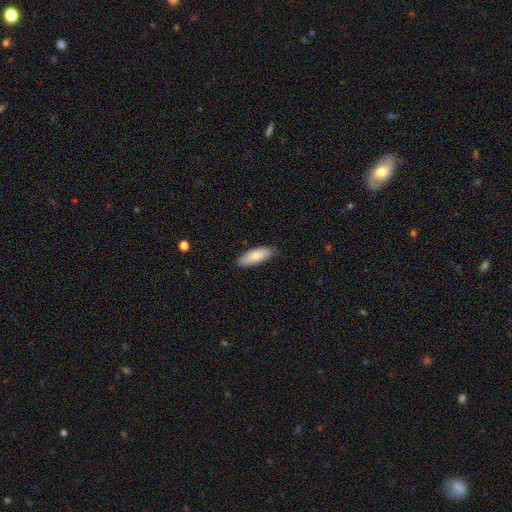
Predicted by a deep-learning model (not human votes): Smooth or featured?
  - smooth: 81% *
  - featured or disk: 14%
  - star or artifact: 6%
How rounded?
  - in between: 69% *
  - cigar-shaped: 29%
  - round: 2%
Merging?
  - none: 86% *
  - minor disturbance: 11%
  - major disturbance: 2%
  - merger: 1%